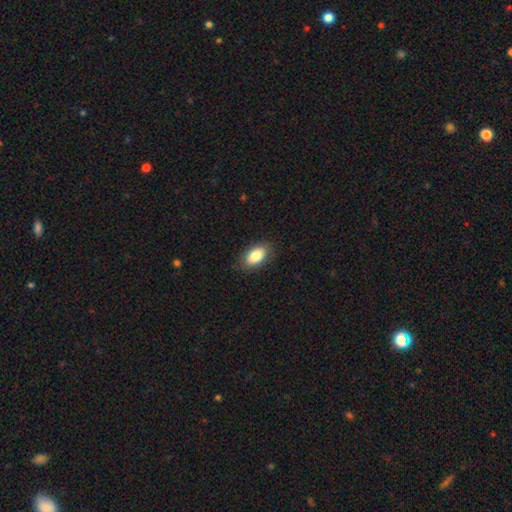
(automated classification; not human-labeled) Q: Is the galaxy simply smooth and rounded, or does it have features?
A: smooth — 84%.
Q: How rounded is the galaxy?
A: in between — 92%.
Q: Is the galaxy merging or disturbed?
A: none — 86%.